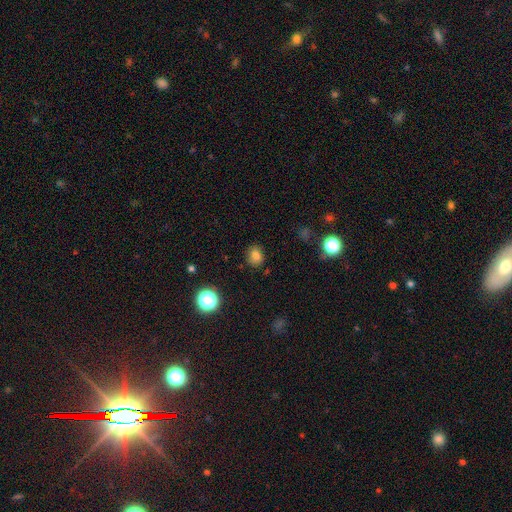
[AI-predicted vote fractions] Smooth or featured?
  - smooth: 78% *
  - star or artifact: 15%
  - featured or disk: 7%
How rounded?
  - round: 56% *
  - in between: 42%
  - cigar-shaped: 1%
Merging?
  - none: 82% *
  - minor disturbance: 13%
  - major disturbance: 3%
  - merger: 2%